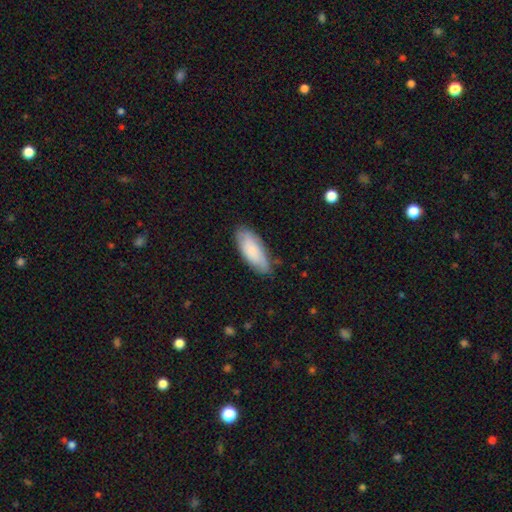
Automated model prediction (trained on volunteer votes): Q: Smooth or featured?
A: smooth (71%); runner-up: featured or disk (23%)
Q: How rounded?
A: in between (83%); runner-up: cigar-shaped (15%)
Q: Merging?
A: none (72%); runner-up: minor disturbance (22%)